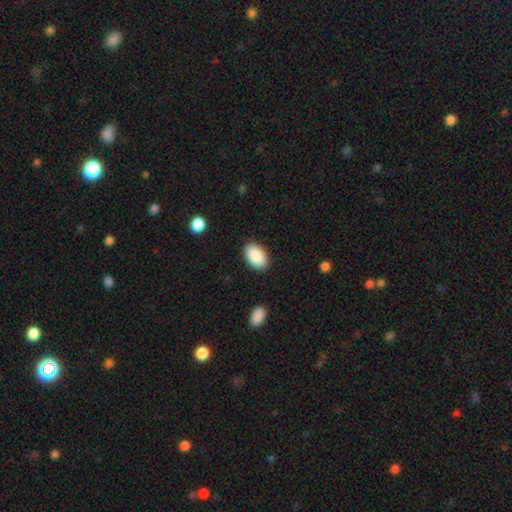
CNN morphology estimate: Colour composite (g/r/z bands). It shows a smooth galaxy with no disk features (89%) that is in between round and cigar-shaped (93%). Merging: none (88%).